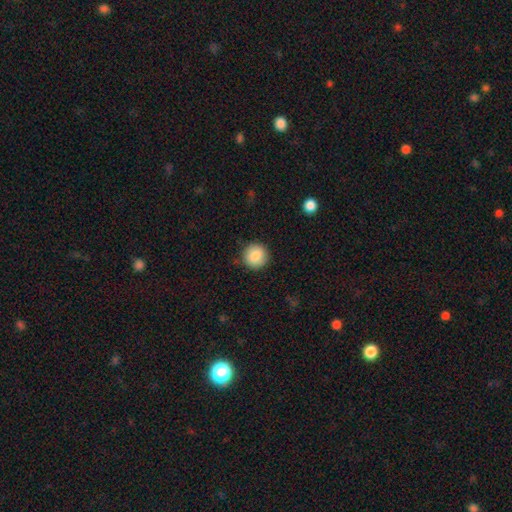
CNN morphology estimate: smooth-or-featured: smooth: 87% | star or artifact: 8% | featured or disk: 6%
  how-rounded: round: 94% | in between: 5% | cigar-shaped: 1%
  merging: none: 87% | minor disturbance: 9% | major disturbance: 2% | merger: 1%